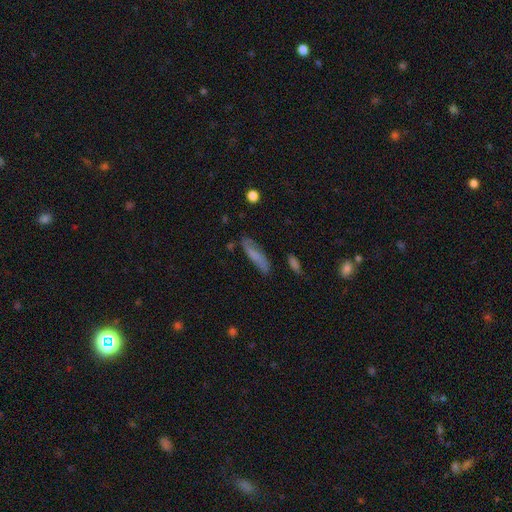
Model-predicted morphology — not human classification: Q: Smooth or featured?
A: smooth (60%); runner-up: featured or disk (30%)
Q: How rounded?
A: cigar-shaped (68%); runner-up: in between (30%)
Q: Merging?
A: none (74%); runner-up: minor disturbance (18%)